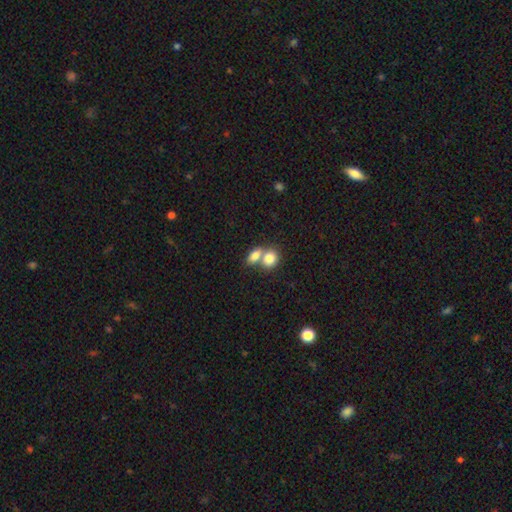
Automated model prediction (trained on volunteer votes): This is clearly a smooth galaxy (80%). How rounded: likely in between (70%). Merging: possibly merger (60%).